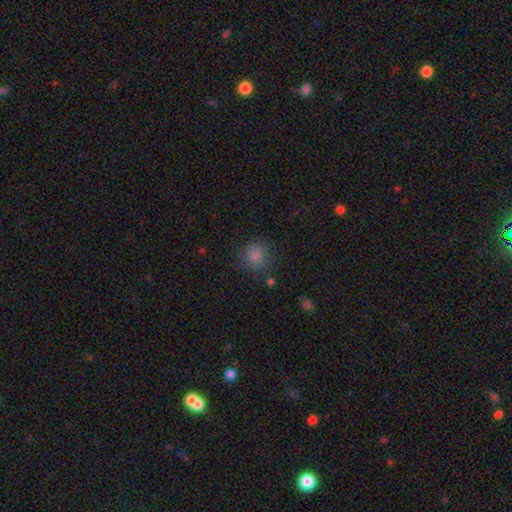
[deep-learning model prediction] This appears to be a smooth galaxy with no disk features (82%) that is round (86%). Merging: none (77%).